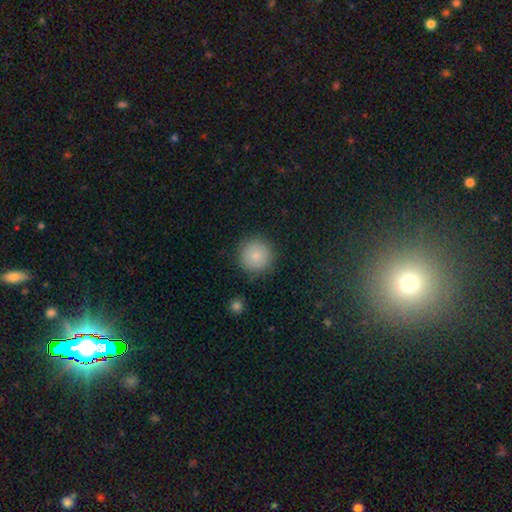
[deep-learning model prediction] smooth 83%, star or artifact 9%, featured or disk 7%. Down the decision tree: how rounded — round (95%); merging — none (88%).